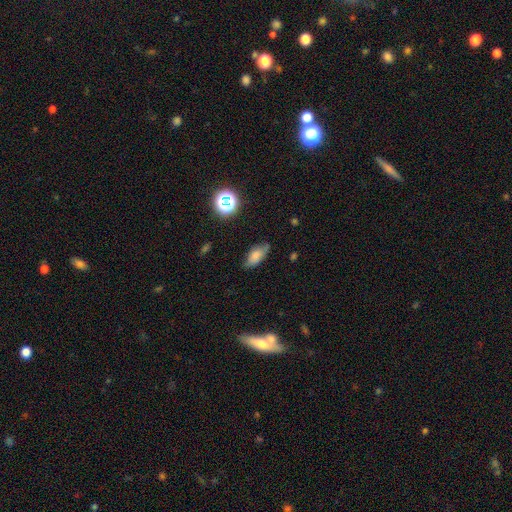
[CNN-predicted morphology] A smooth galaxy with no disk features (70%) that is in between round and cigar-shaped (84%).

Vote fractions:
- Smooth or featured? smooth: 70% / featured or disk: 18% / star or artifact: 12%
- How rounded? in between: 84% / cigar-shaped: 11% / round: 5%
- Merging? none: 70% / minor disturbance: 23% / major disturbance: 5% / merger: 2%